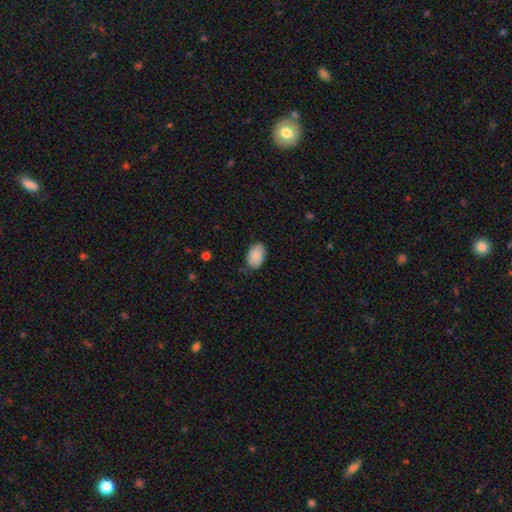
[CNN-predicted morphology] Smooth or featured? smooth (89%)
How rounded? in between (92%)
Merging? none (80%)